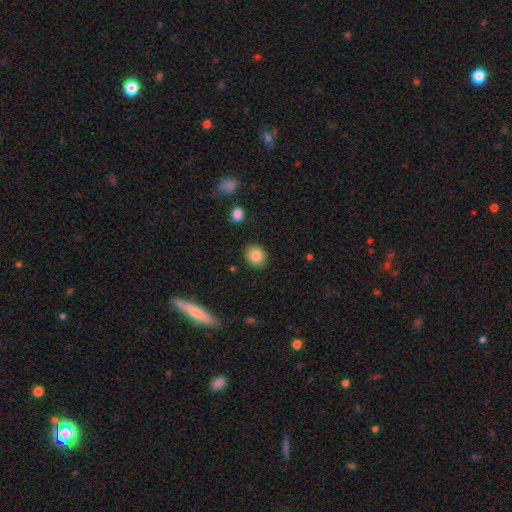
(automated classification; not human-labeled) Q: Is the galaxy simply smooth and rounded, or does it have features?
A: smooth — 83%.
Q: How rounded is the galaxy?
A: round — 70%.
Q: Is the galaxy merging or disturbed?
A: none — 89%.